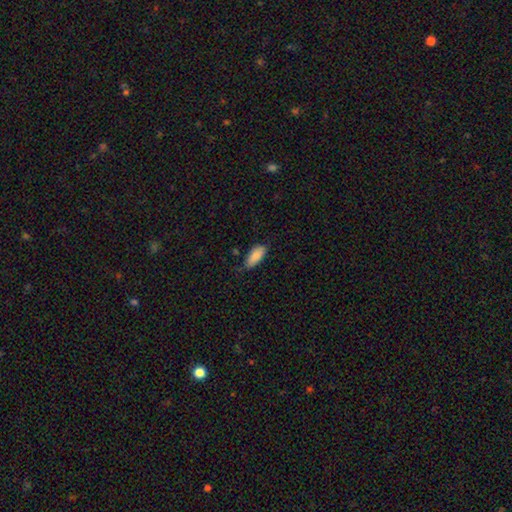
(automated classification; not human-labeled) This is clearly a smooth galaxy (88%). How rounded: clearly in between (87%). Merging: likely none (65%).